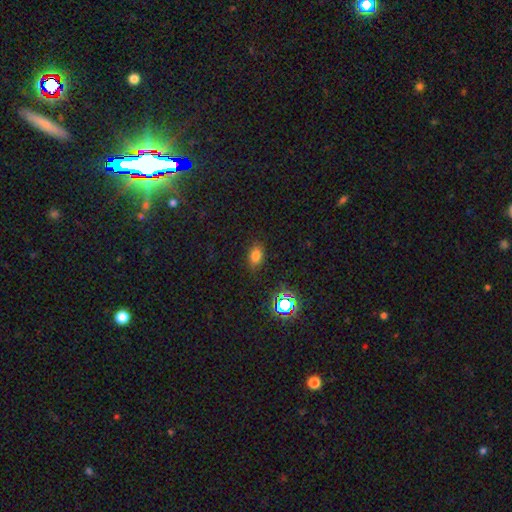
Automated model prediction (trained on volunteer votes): A smooth galaxy with no disk features (72%) that is in between round and cigar-shaped (80%). Merging: none (82%).